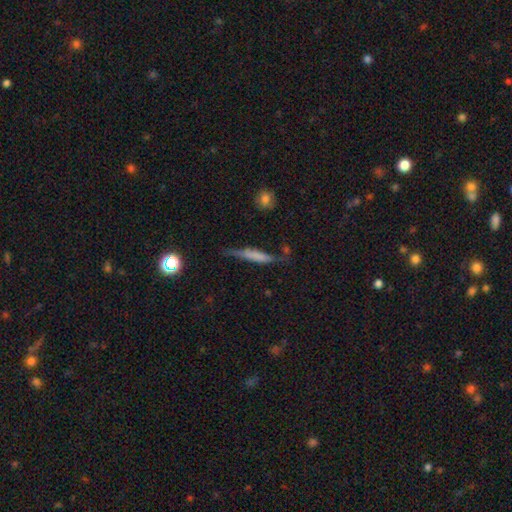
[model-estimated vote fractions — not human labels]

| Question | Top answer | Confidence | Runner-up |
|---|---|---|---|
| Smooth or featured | smooth | 49% | featured or disk (43%) |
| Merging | none | 63% | minor disturbance (24%) |